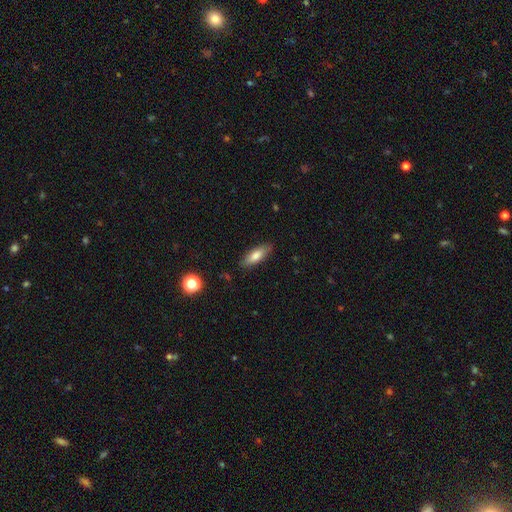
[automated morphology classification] This is likely a smooth galaxy (75%). How rounded: possibly in between (59%). Merging: clearly none (85%).